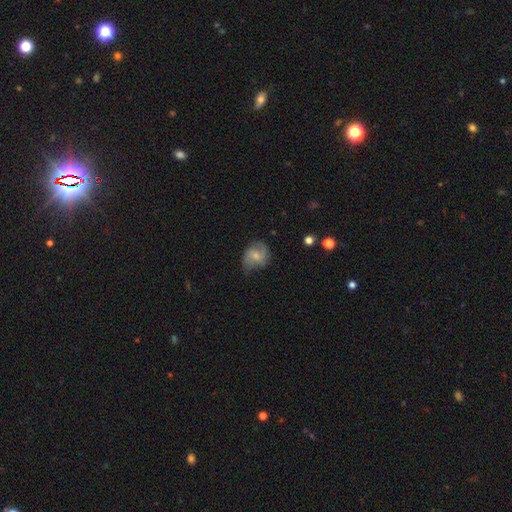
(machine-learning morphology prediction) Smooth or featured: featured or disk — 49% (smooth — 43%)
Merging: none — 59% (minor disturbance — 30%)